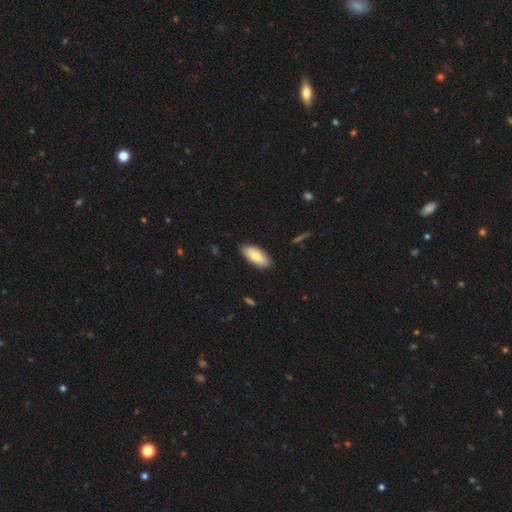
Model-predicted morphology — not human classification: This is likely a smooth galaxy (73%). How rounded: clearly in between (88%). Merging: clearly none (86%).